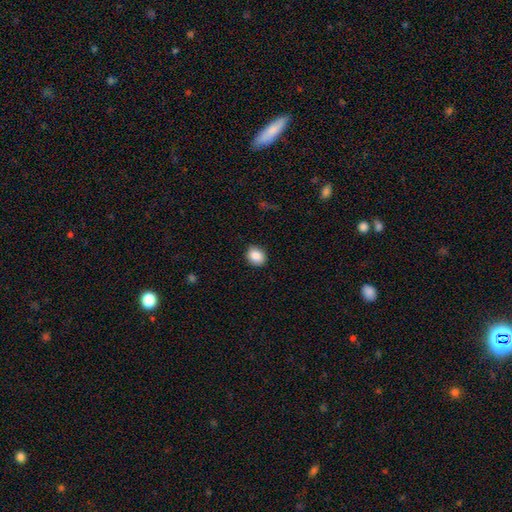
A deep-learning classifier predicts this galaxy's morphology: Smooth or featured? smooth (87%)
How rounded? round (57%)
Merging? none (89%)